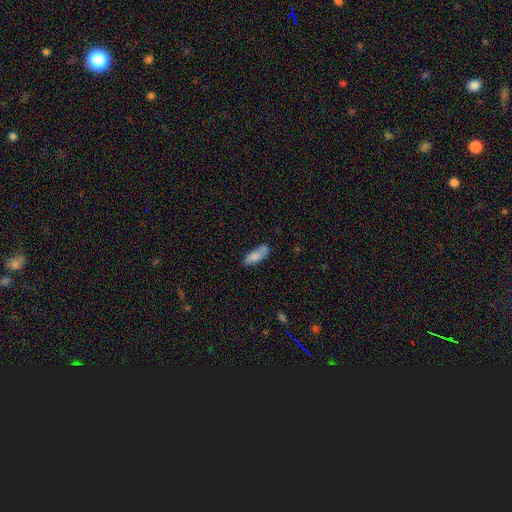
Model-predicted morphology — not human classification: A smooth galaxy with no disk features (79%) that is in between round and cigar-shaped (60%).

Vote fractions:
- Smooth or featured? smooth: 79% / featured or disk: 14% / star or artifact: 7%
- How rounded? in between: 60% / cigar-shaped: 38% / round: 2%
- Merging? none: 63% / minor disturbance: 24% / merger: 7% / major disturbance: 6%